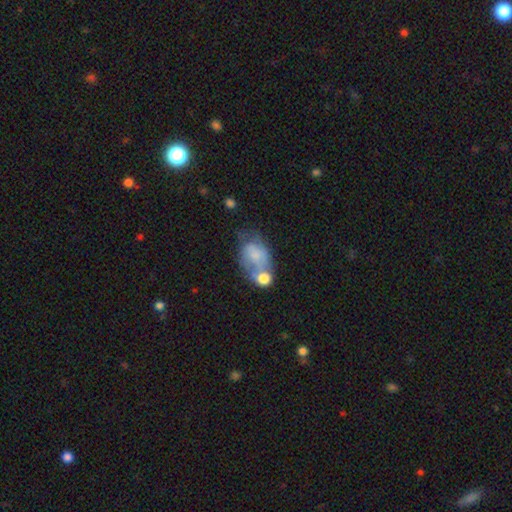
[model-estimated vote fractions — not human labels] Smooth or featured: smooth — 57% (featured or disk — 33%)
How rounded: in between — 82% (round — 16%)
Merging: merger — 36% (none — 23%)